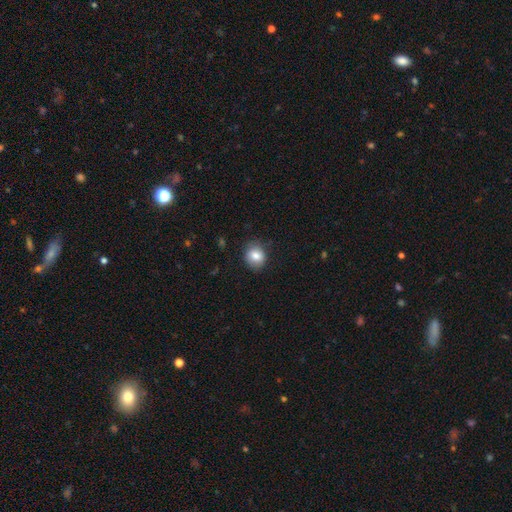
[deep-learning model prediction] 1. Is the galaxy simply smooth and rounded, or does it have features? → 81% smooth, 10% featured or disk, 9% star or artifact.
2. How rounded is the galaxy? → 69% round, 30% in between, 1% cigar-shaped.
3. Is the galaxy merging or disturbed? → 81% none, 14% minor disturbance, 3% major disturbance, 1% merger.